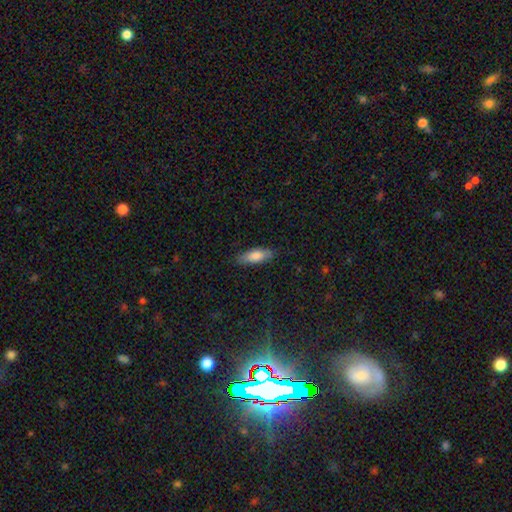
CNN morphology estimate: smooth 80%, featured or disk 14%, star or artifact 6%. Down the decision tree: how rounded — in between (69%); merging — none (81%).